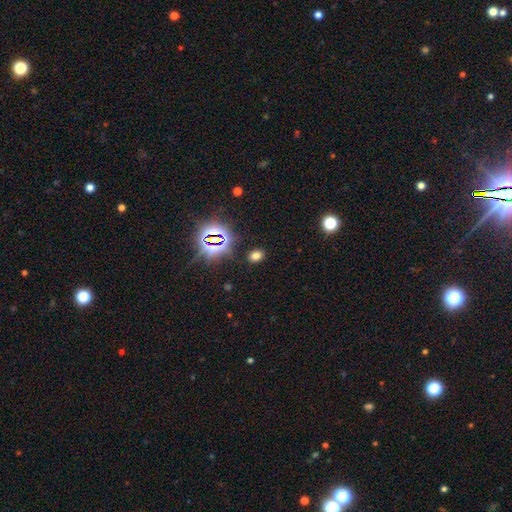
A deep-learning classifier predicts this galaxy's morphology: Smooth or featured?
  - smooth: 66% *
  - star or artifact: 28%
  - featured or disk: 7%
How rounded?
  - in between: 64% *
  - round: 34%
  - cigar-shaped: 1%
Merging?
  - none: 87% *
  - minor disturbance: 8%
  - major disturbance: 3%
  - merger: 2%